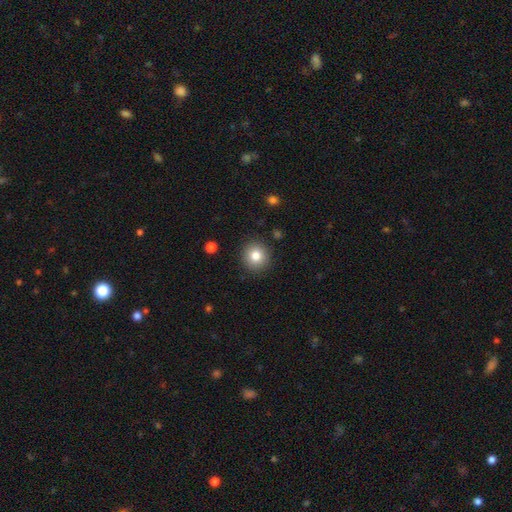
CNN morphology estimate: smooth_or_featured: smooth (p=0.81) [alt: star or artifact p=0.10]
how_rounded: round (p=0.93) [alt: in between p=0.07]
merging: none (p=0.90) [alt: minor disturbance p=0.06]